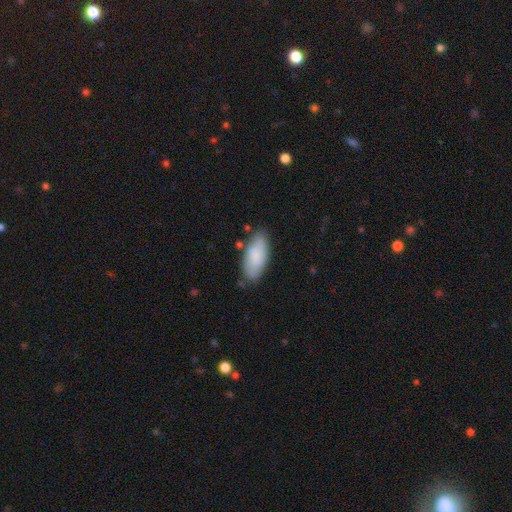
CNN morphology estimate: This is clearly a smooth galaxy (82%). How rounded: clearly in between (85%). Merging: likely none (75%).